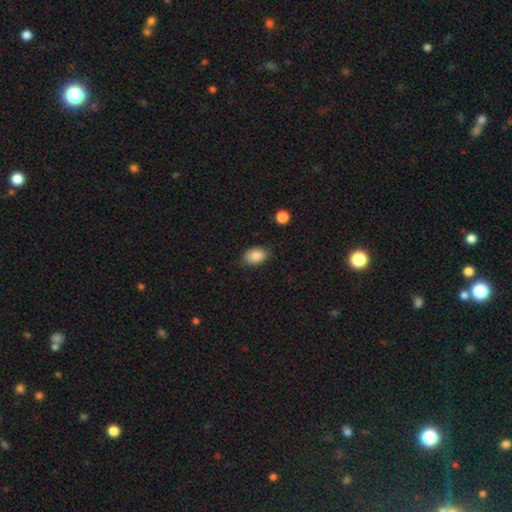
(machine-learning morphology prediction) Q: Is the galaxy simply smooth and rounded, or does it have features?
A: smooth — 86%.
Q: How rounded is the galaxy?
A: in between — 82%.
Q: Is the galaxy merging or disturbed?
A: none — 82%.